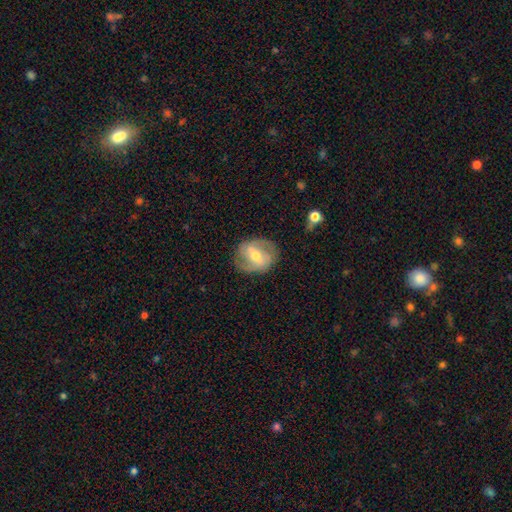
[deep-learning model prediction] Morphology: type=featured or disk (70%); edge-on=no (95%); bar=strong (43%); spiral arms=yes (78%); winding=medium (44%); arm count=2 (76%); bulge=moderate (61%); merging=none (77%).